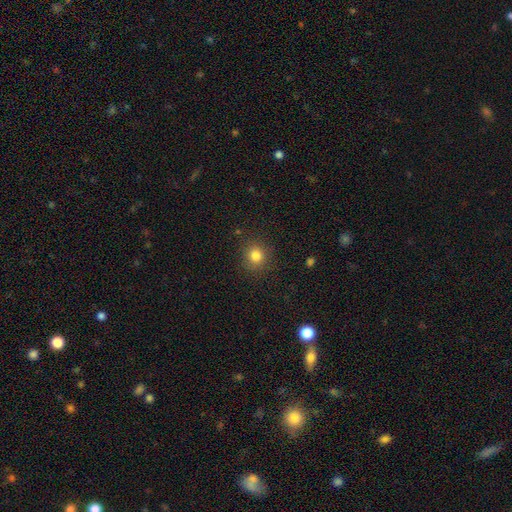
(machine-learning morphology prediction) type=smooth (82%); roundness=round (88%); merging=none (88%).